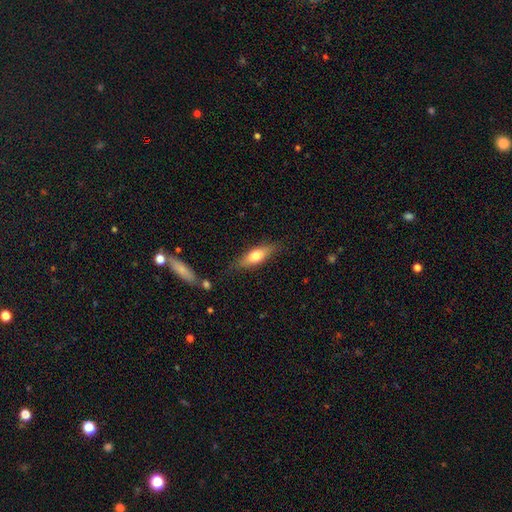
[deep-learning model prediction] A smooth galaxy with no disk features (64%) that is in between round and cigar-shaped (53%).

Vote fractions:
- Smooth or featured? smooth: 64% / featured or disk: 30% / star or artifact: 6%
- How rounded? in between: 53% / cigar-shaped: 44% / round: 3%
- Merging? none: 78% / minor disturbance: 16% / major disturbance: 4% / merger: 3%